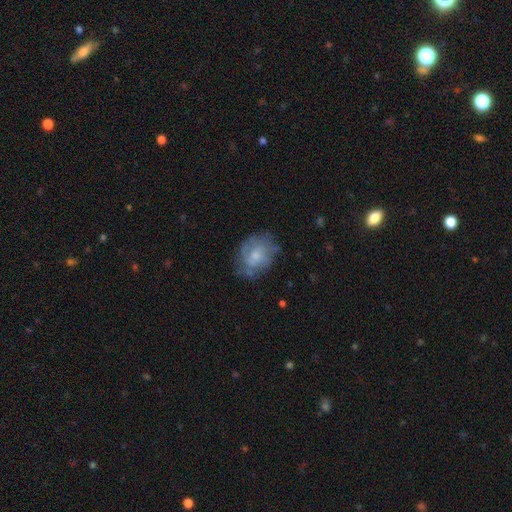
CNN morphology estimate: A featured or disk galaxy (47%).

Vote fractions:
- Smooth or featured? featured or disk: 47% / smooth: 45% / star or artifact: 8%
- Merging? none: 58% / minor disturbance: 26% / major disturbance: 14% / merger: 2%